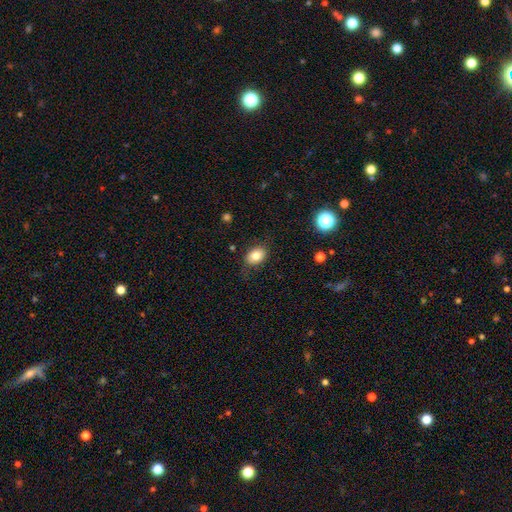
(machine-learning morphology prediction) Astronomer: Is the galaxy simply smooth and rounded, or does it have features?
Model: smooth — 82%.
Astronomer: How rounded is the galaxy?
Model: in between — 74%.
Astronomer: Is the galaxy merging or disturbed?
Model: none — 78%.